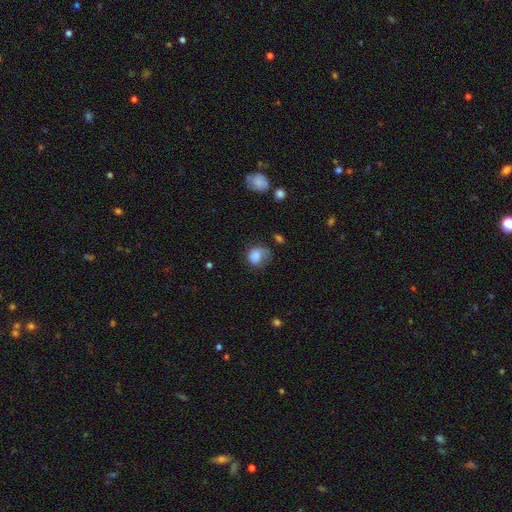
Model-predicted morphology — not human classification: Smooth or featured?
  - smooth: 74% *
  - featured or disk: 17%
  - star or artifact: 9%
How rounded?
  - round: 56% *
  - in between: 43%
  - cigar-shaped: 1%
Merging?
  - none: 35% *
  - major disturbance: 31%
  - minor disturbance: 31%
  - merger: 3%